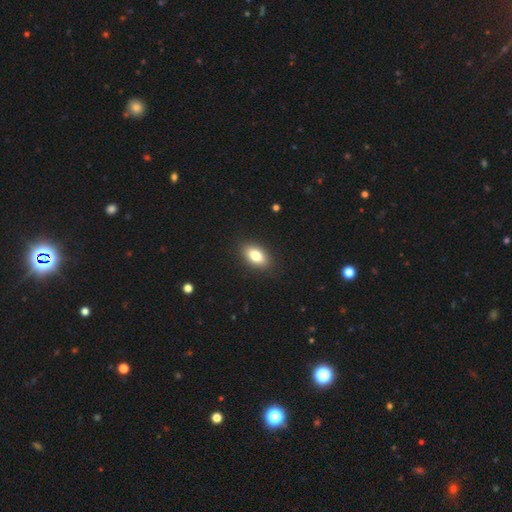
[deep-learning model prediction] Overall: smooth (81%). How rounded: in between (91%). Merging: none (89%).